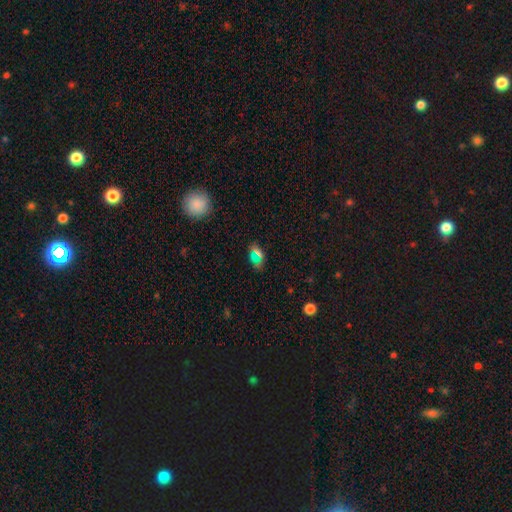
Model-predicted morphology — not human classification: smooth 59%, star or artifact 31%, featured or disk 10%. Down the decision tree: how rounded — in between (85%); merging — none (76%).